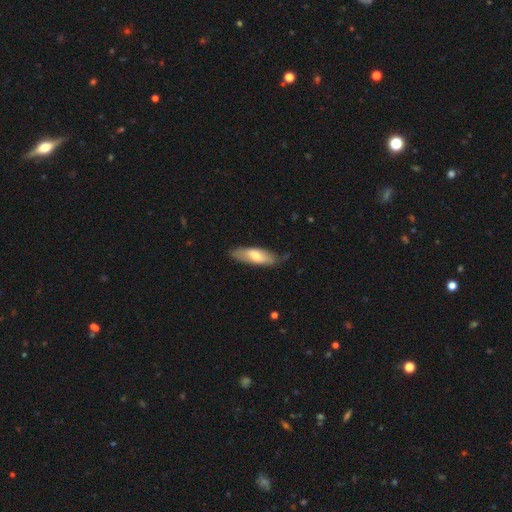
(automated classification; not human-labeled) A smooth galaxy with no disk features (67%) that is in between round and cigar-shaped (58%). Merging: none (75%).